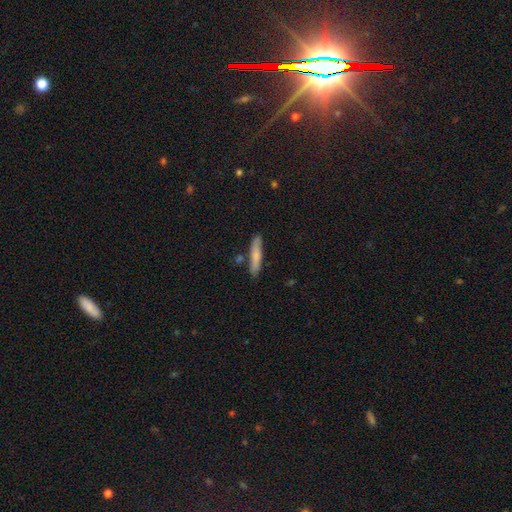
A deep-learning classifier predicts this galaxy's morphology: Q: Smooth or featured?
A: smooth (73%); runner-up: featured or disk (22%)
Q: How rounded?
A: cigar-shaped (89%); runner-up: in between (9%)
Q: Merging?
A: none (80%); runner-up: minor disturbance (13%)